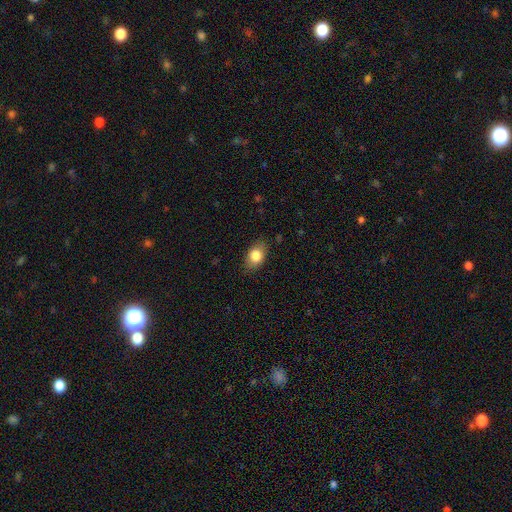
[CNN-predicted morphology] Smooth or featured: smooth — 82% (featured or disk — 10%)
How rounded: in between — 83% (round — 15%)
Merging: none — 81% (minor disturbance — 15%)